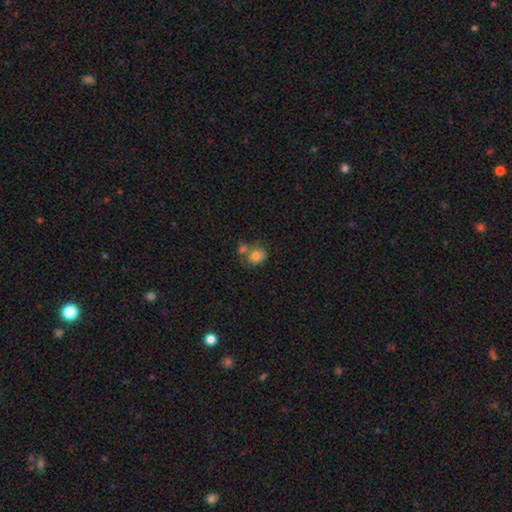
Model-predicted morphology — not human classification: Smooth or featured?
  - smooth: 79% *
  - featured or disk: 12%
  - star or artifact: 9%
How rounded?
  - round: 59% *
  - in between: 40%
  - cigar-shaped: 1%
Merging?
  - merger: 44% *
  - none: 35%
  - minor disturbance: 15%
  - major disturbance: 7%